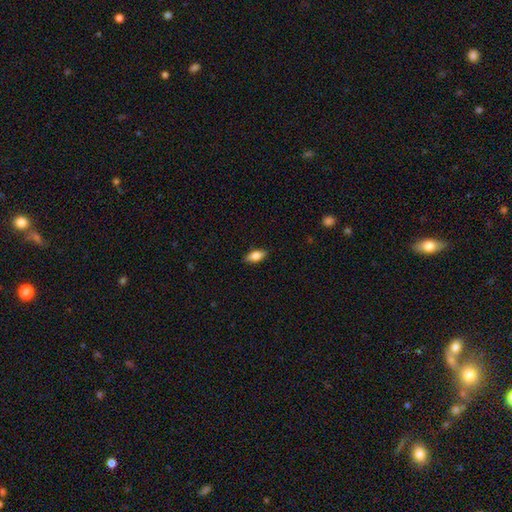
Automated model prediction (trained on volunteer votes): A smooth galaxy with no disk features (78%) that is in between round and cigar-shaped (86%).

Vote fractions:
- Smooth or featured? smooth: 78% / featured or disk: 15% / star or artifact: 7%
- How rounded? in between: 86% / cigar-shaped: 11% / round: 3%
- Merging? none: 88% / minor disturbance: 9% / major disturbance: 2% / merger: 1%